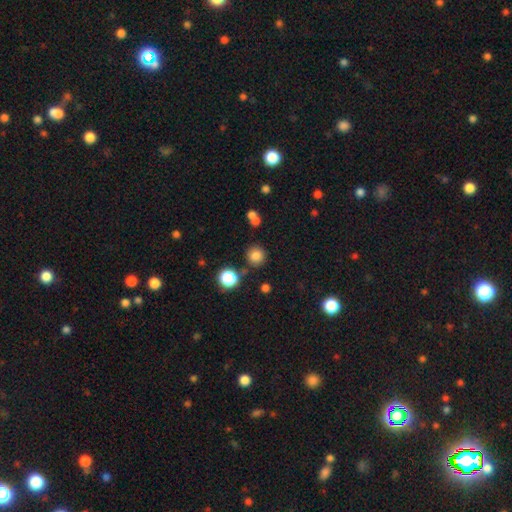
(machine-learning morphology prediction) This appears to be a smooth galaxy with no disk features (80%) that is round (93%). Merging: none (81%).